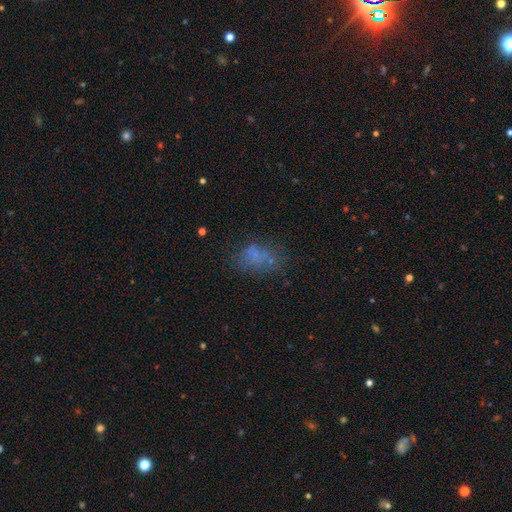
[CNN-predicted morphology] Smooth or featured? smooth (57%)
How rounded? in between (79%)
Merging? none (48%)